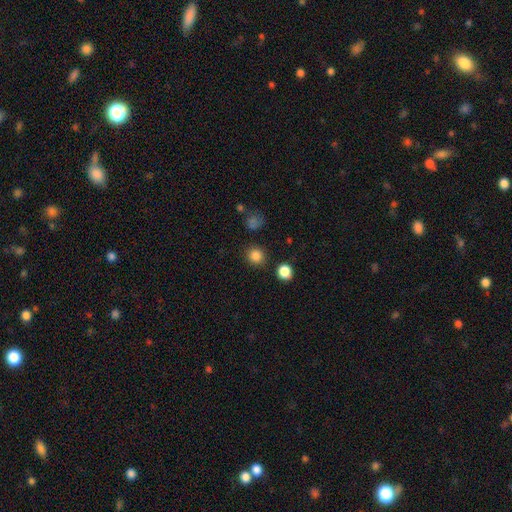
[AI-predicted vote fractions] Q: Smooth or featured?
A: smooth (84%); runner-up: star or artifact (13%)
Q: How rounded?
A: round (89%); runner-up: in between (10%)
Q: Merging?
A: none (87%); runner-up: minor disturbance (7%)